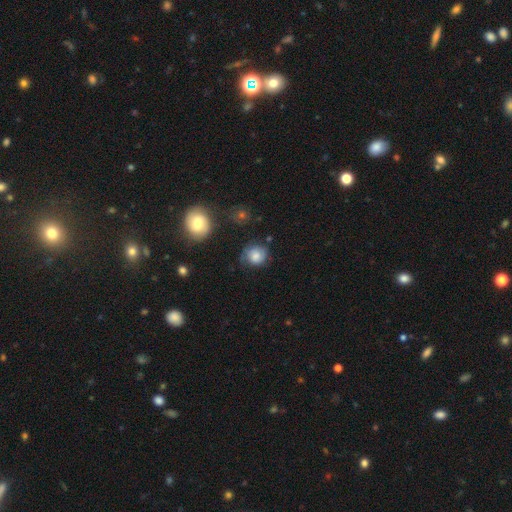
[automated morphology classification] Smooth or featured?
  - smooth: 72% *
  - featured or disk: 19%
  - star or artifact: 10%
How rounded?
  - round: 81% *
  - in between: 18%
  - cigar-shaped: 1%
Merging?
  - none: 61% *
  - minor disturbance: 26%
  - major disturbance: 10%
  - merger: 3%